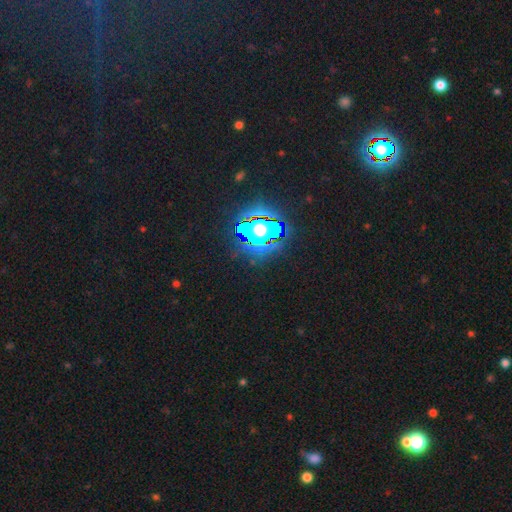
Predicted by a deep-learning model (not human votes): Morphology: type=star or artifact (81%).